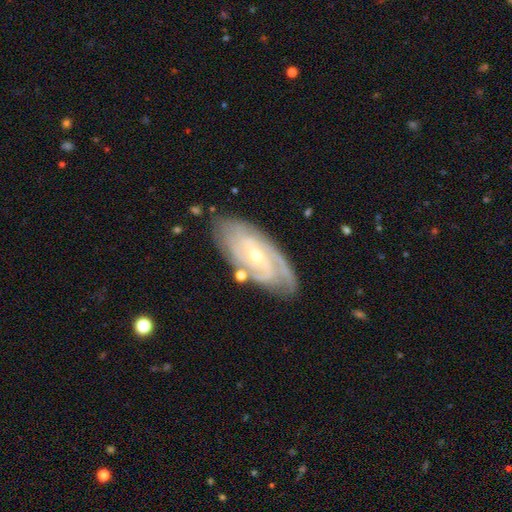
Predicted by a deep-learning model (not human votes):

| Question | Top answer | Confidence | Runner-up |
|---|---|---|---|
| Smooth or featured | featured or disk | 87% | smooth (8%) |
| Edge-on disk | no | 93% | yes (7%) |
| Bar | no | 50% | weak (37%) |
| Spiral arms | yes | 97% | no (3%) |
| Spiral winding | tight | 67% | medium (28%) |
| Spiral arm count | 2 | 30% | 3 (26%) |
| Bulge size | small | 70% | moderate (28%) |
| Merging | none | 76% | minor disturbance (17%) |